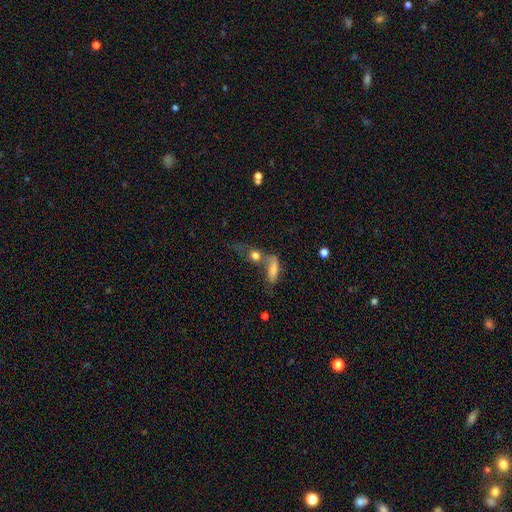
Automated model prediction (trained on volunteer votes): A smooth galaxy with no disk features (67%) that is in between round and cigar-shaped (45%). Merging: merger (49%).